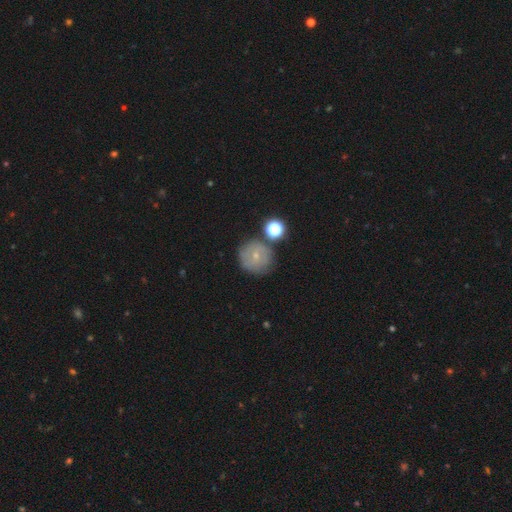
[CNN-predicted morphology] Smooth or featured?
  - smooth: 53% *
  - featured or disk: 34%
  - star or artifact: 13%
How rounded?
  - round: 92% *
  - in between: 7%
  - cigar-shaped: 1%
Merging?
  - none: 71% *
  - minor disturbance: 15%
  - merger: 9%
  - major disturbance: 5%